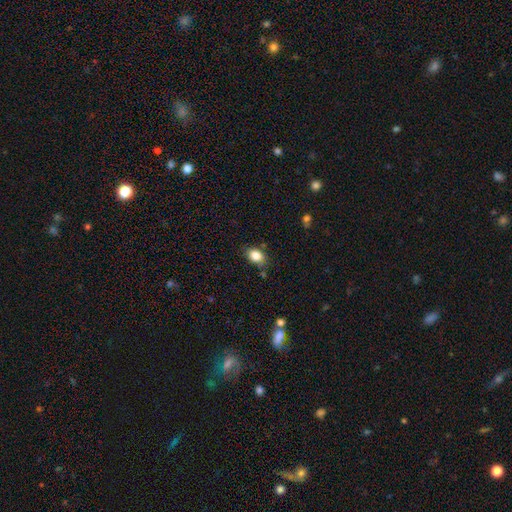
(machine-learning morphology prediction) Overall: smooth (84%). How rounded: in between (77%). Merging: none (78%).